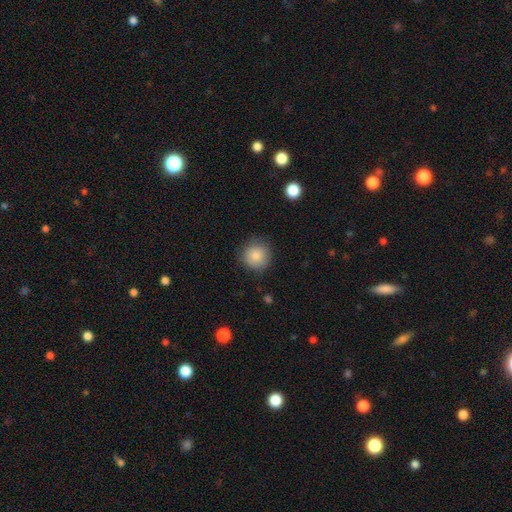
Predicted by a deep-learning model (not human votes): This is clearly a smooth galaxy (85%). How rounded: clearly round (93%). Merging: clearly none (84%).